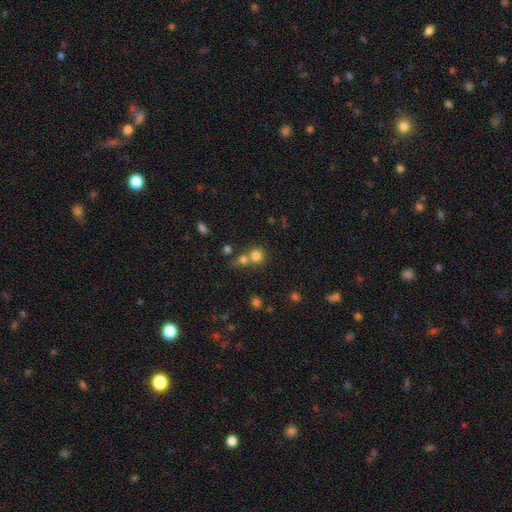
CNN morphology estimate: smooth 78%, star or artifact 14%, featured or disk 8%. Down the decision tree: how rounded — round (87%); merging — none (48%).